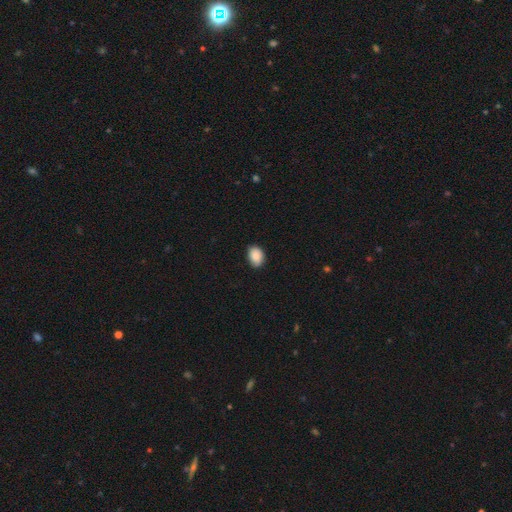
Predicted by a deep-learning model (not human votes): Overall: smooth (88%). How rounded: in between (78%). Merging: none (83%).